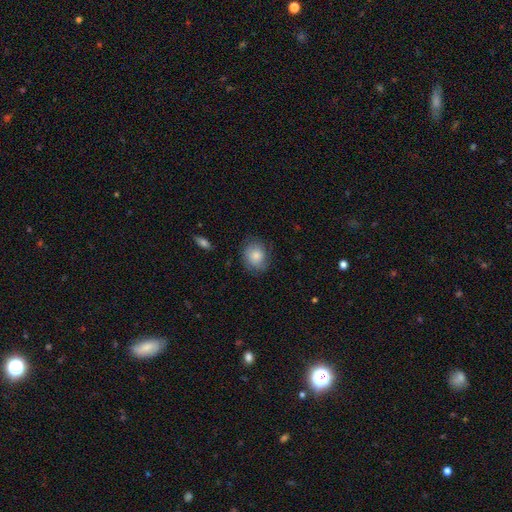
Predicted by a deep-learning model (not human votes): A smooth galaxy with no disk features (76%) that is round (65%).

Vote fractions:
- Smooth or featured? smooth: 76% / featured or disk: 17% / star or artifact: 7%
- How rounded? round: 65% / in between: 34% / cigar-shaped: 1%
- Merging? none: 74% / minor disturbance: 19% / major disturbance: 6% / merger: 1%